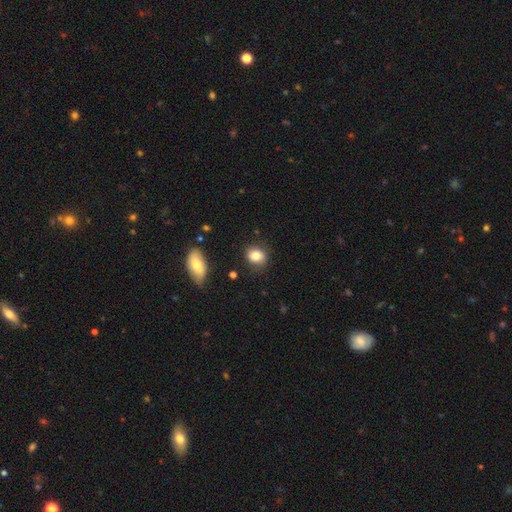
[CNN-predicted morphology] A smooth galaxy with no disk features (81%) that is round (63%). Merging: none (74%).